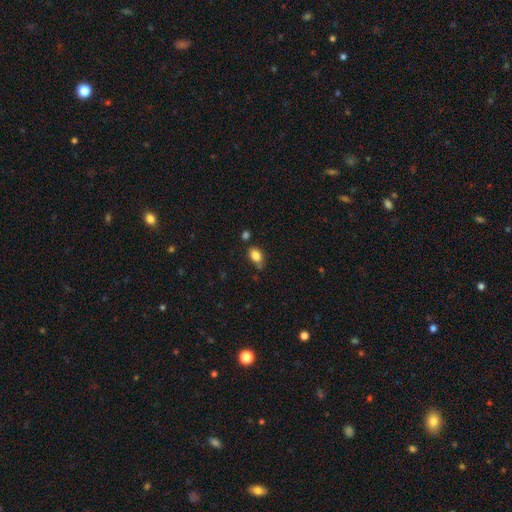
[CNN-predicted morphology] Smooth or featured? Predicted: smooth (p=0.84). How rounded? Predicted: in between (p=0.86). Merging? Predicted: none (p=0.70).